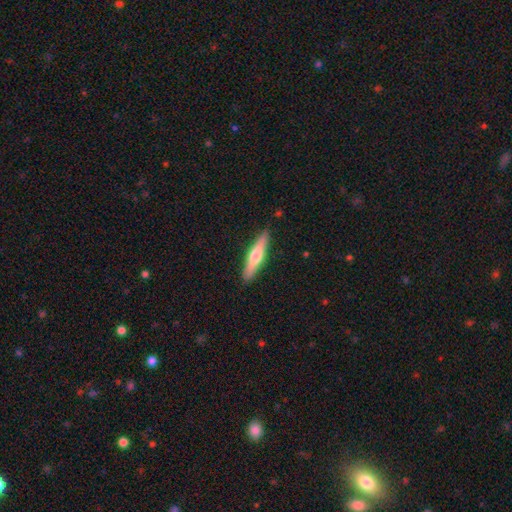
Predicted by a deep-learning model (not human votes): Smooth or featured: smooth — 52% (featured or disk — 43%)
How rounded: cigar-shaped — 85% (in between — 14%)
Merging: none — 89% (minor disturbance — 8%)